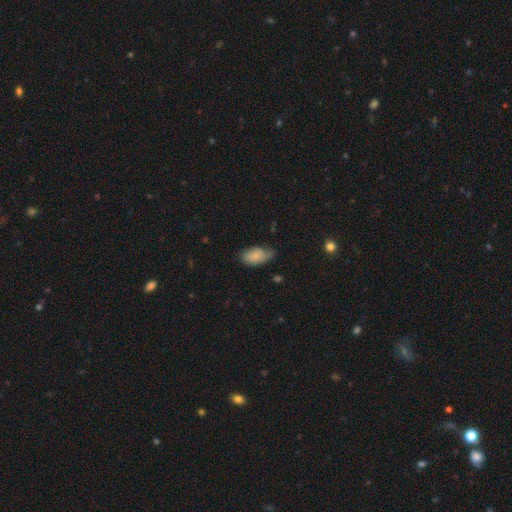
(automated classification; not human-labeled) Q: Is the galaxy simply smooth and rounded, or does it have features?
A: smooth — 70%.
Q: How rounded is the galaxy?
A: in between — 93%.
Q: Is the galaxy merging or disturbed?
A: none — 56%.